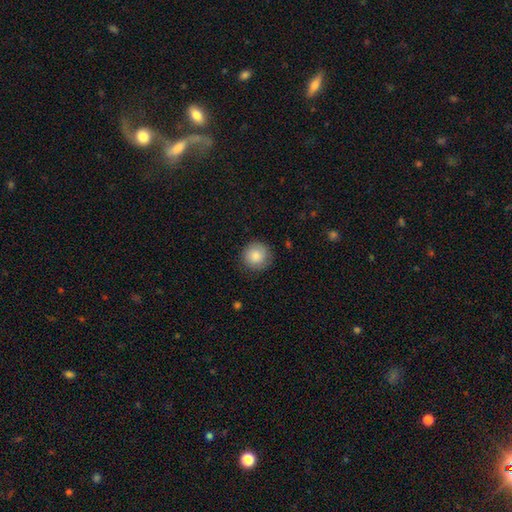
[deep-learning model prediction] The model was most divided on "merging": none: 87%, minor disturbance: 10%, major disturbance: 3%, merger: 1%. More confident: how rounded — round (94%); smooth or featured — smooth (85%).